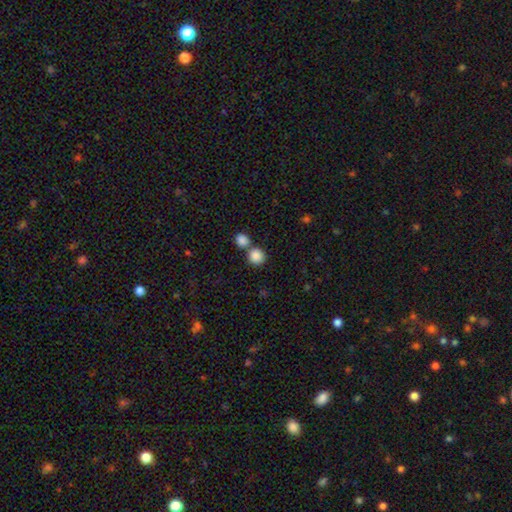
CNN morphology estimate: Q: Smooth or featured?
A: smooth (86%); runner-up: star or artifact (9%)
Q: How rounded?
A: round (90%); runner-up: in between (9%)
Q: Merging?
A: none (56%); runner-up: merger (35%)